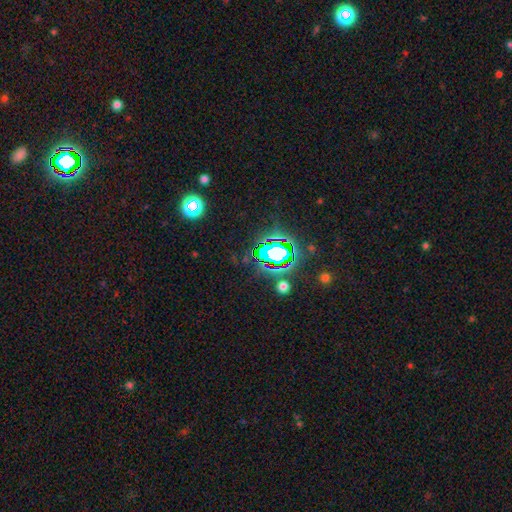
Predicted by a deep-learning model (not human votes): smooth_or_featured: star or artifact (p=0.79) [alt: smooth p=0.13]